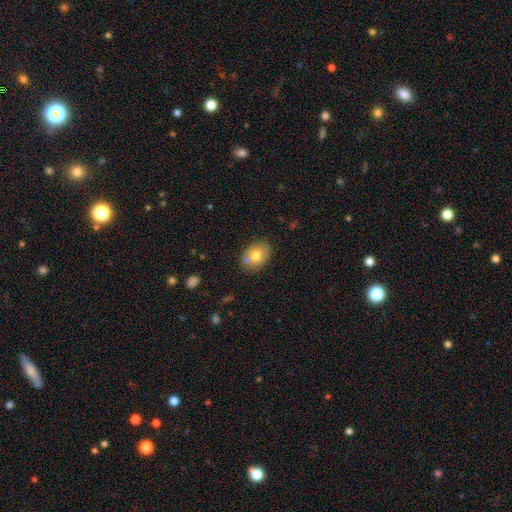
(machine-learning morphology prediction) Smooth or featured? Predicted: smooth (p=0.73). How rounded? Predicted: in between (p=0.72). Merging? Predicted: none (p=0.75).